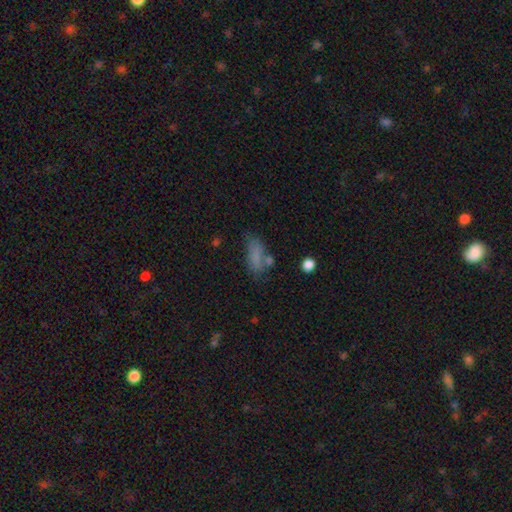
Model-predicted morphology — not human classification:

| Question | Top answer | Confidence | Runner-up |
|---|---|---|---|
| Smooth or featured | smooth | 76% | featured or disk (12%) |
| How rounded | in between | 74% | cigar-shaped (22%) |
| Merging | none | 53% | minor disturbance (23%) |